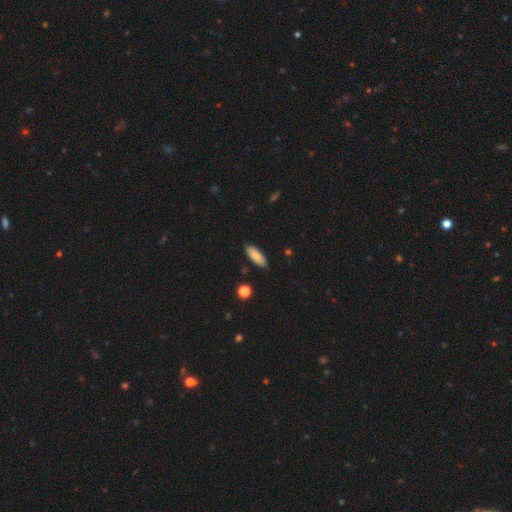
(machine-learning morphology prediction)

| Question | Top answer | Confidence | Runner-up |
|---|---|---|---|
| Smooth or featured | smooth | 86% | featured or disk (7%) |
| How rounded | in between | 69% | cigar-shaped (29%) |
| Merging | none | 86% | minor disturbance (11%) |